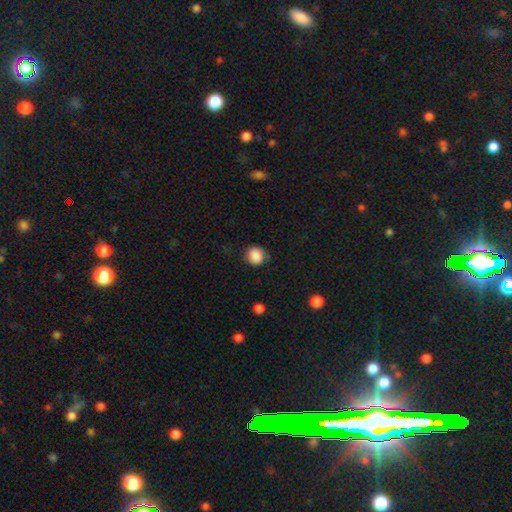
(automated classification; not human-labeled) A smooth galaxy with no disk features (87%) that is round (88%).

Vote fractions:
- Smooth or featured? smooth: 87% / star or artifact: 8% / featured or disk: 5%
- How rounded? round: 88% / in between: 11% / cigar-shaped: 1%
- Merging? none: 80% / minor disturbance: 14% / major disturbance: 4% / merger: 1%